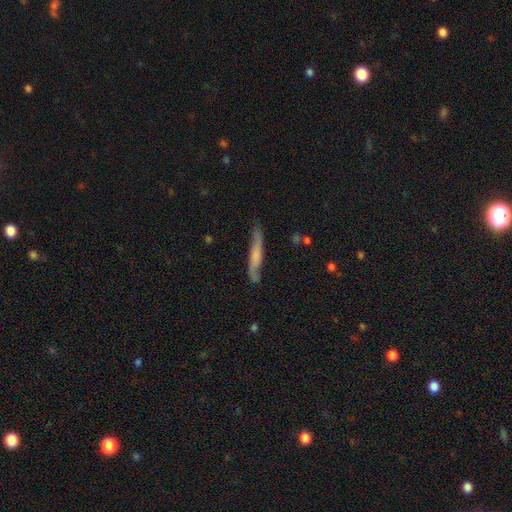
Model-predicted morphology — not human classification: Smooth or featured? Predicted: featured or disk (p=0.47, tied with smooth). Merging? Predicted: none (p=0.71).